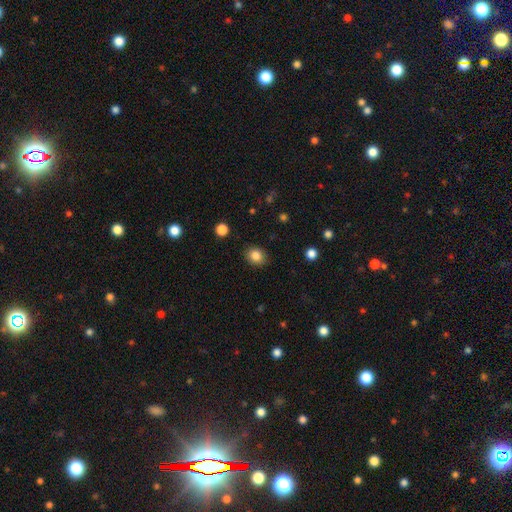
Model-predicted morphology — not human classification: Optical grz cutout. It shows a smooth galaxy with no disk features (85%) that is round (58%). Merging: none (87%).